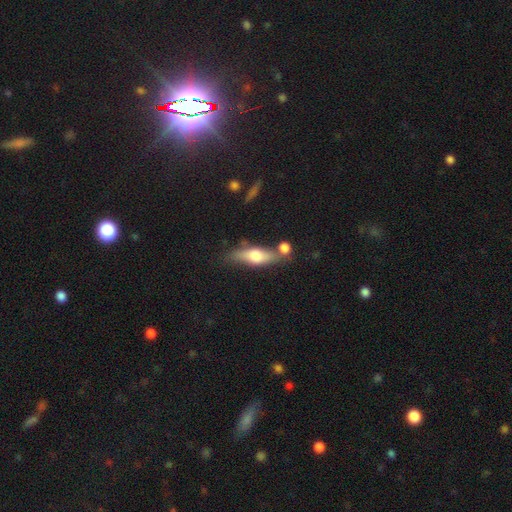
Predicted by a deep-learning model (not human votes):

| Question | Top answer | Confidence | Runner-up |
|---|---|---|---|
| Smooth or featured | smooth | 53% | featured or disk (41%) |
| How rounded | cigar-shaped | 49% | in between (47%) |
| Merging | none | 61% | merger (17%) |